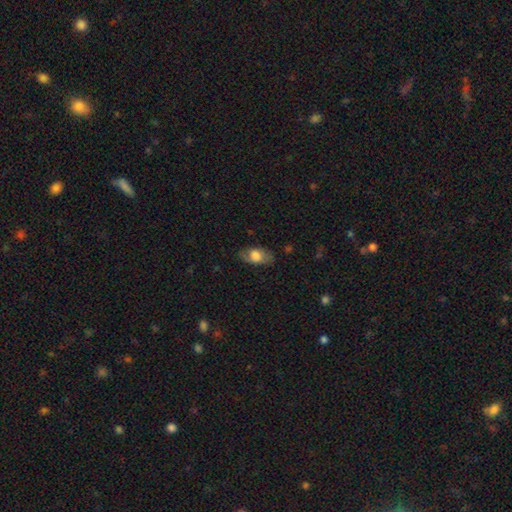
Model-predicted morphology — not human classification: This appears to be a smooth galaxy with no disk features (70%) that is in between round and cigar-shaped (89%). Merging: none (77%).